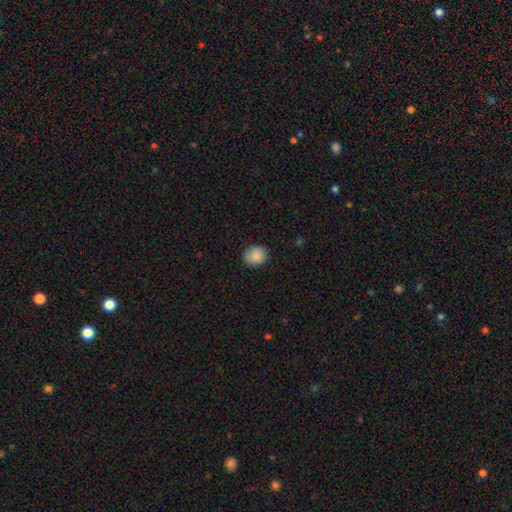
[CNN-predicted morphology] A smooth galaxy with no disk features (87%) that is round (73%).

Vote fractions:
- Smooth or featured? smooth: 87% / star or artifact: 8% / featured or disk: 4%
- How rounded? round: 73% / in between: 26% / cigar-shaped: 1%
- Merging? none: 85% / minor disturbance: 11% / major disturbance: 2% / merger: 1%